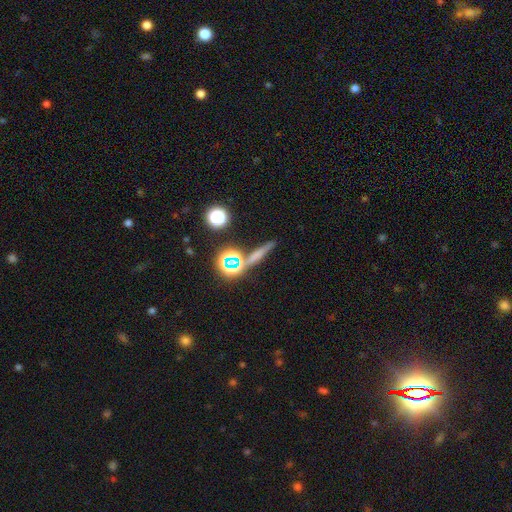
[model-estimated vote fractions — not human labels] Morphology: type=smooth (47%); merging=none (76%).